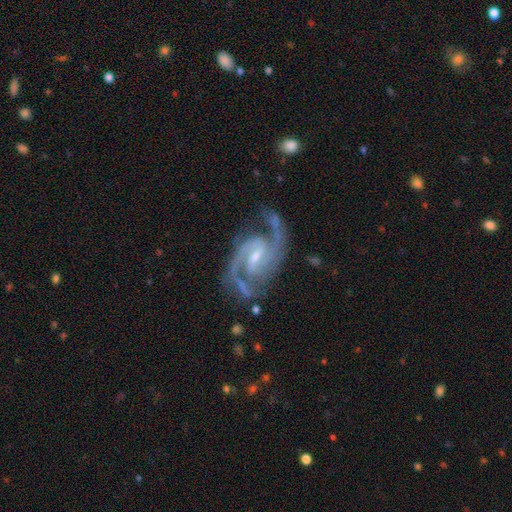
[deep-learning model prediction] smooth_or_featured: featured or disk (p=0.93) [alt: star or artifact p=0.04]
disk_edge_on: no (p=0.98) [alt: yes p=0.02]
bar: weak (p=0.55) [alt: strong p=0.27]
has_spiral_arms: yes (p=0.99) [alt: no p=0.01]
spiral_winding: medium (p=0.62) [alt: tight p=0.23]
spiral_arm_count: 2 (p=0.81) [alt: 3 p=0.10]
bulge_size: small (p=0.58) [alt: moderate p=0.36]
merging: none (p=0.72) [alt: minor disturbance p=0.17]